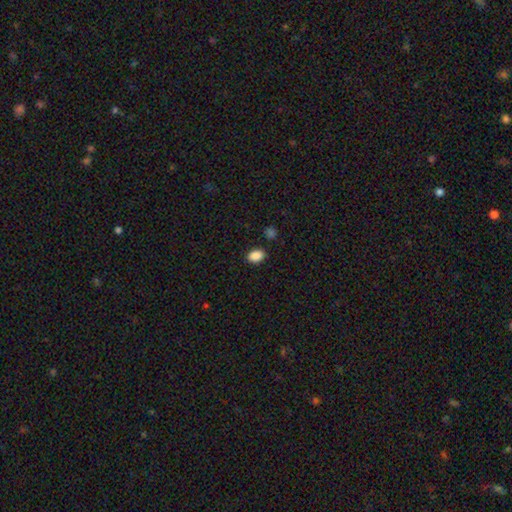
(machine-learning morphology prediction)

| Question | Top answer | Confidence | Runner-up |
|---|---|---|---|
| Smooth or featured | smooth | 88% | star or artifact (8%) |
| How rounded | in between | 81% | round (18%) |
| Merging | none | 86% | minor disturbance (9%) |